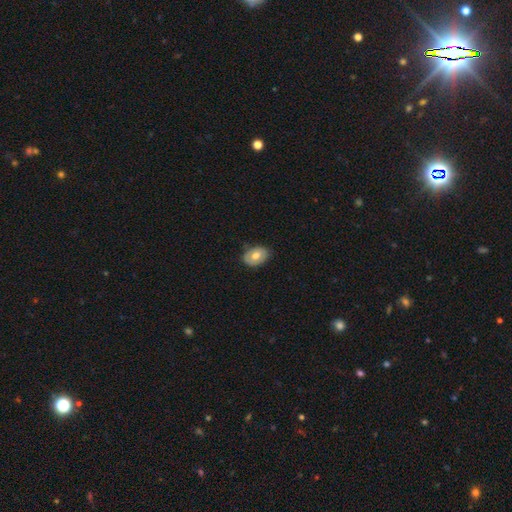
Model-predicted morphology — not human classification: Smooth or featured? smooth (64%)
How rounded? in between (81%)
Merging? none (79%)